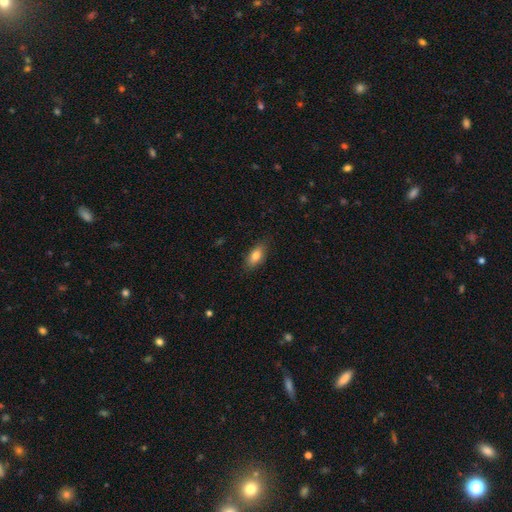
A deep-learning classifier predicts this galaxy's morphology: Smooth or featured: smooth — 81% (featured or disk — 12%)
How rounded: in between — 85% (cigar-shaped — 11%)
Merging: none — 83% (minor disturbance — 13%)